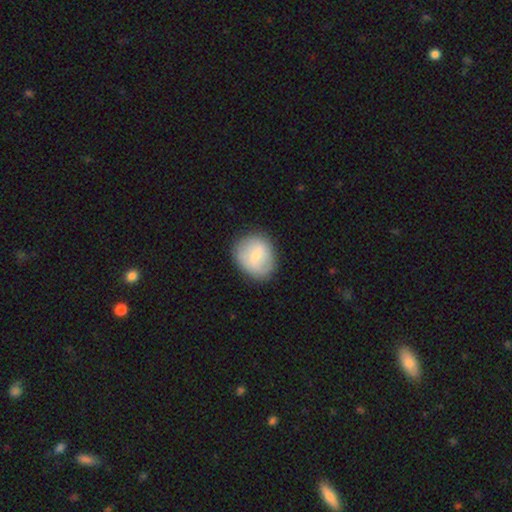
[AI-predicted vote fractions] Smooth or featured: smooth — 64% (featured or disk — 30%)
How rounded: round — 69% (in between — 30%)
Merging: none — 80% (minor disturbance — 15%)